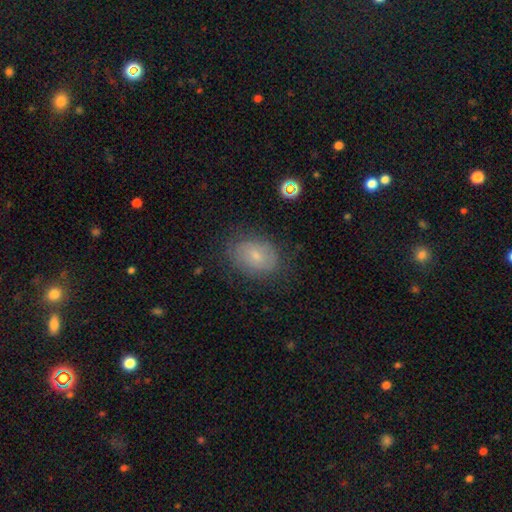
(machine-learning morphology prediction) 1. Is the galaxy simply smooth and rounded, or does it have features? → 63% smooth, 27% featured or disk, 10% star or artifact.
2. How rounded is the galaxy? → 73% in between, 26% round, 1% cigar-shaped.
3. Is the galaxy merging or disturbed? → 75% none, 17% minor disturbance, 7% major disturbance, 1% merger.